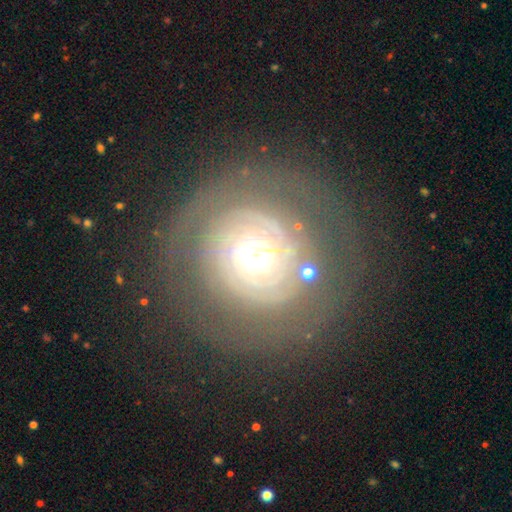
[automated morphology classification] type=featured or disk (79%); edge-on=no (97%); bar=no (82%); spiral arms=yes (83%); winding=tight (81%); arm count=can't tell (36%); bulge=moderate (65%); merging=none (76%).